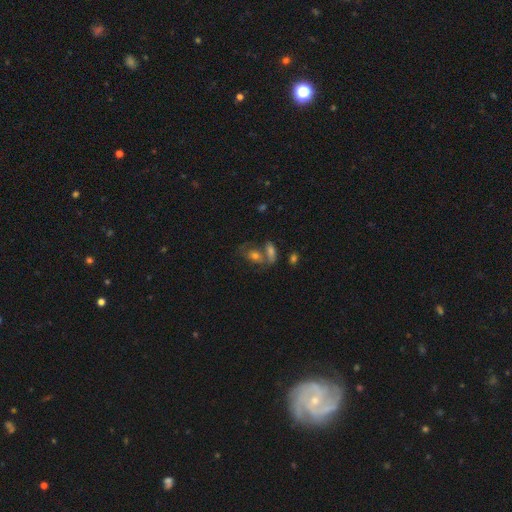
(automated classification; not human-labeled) smooth 51%, featured or disk 31%, star or artifact 19%. Down the decision tree: how rounded — in between (68%); merging — none (42%).